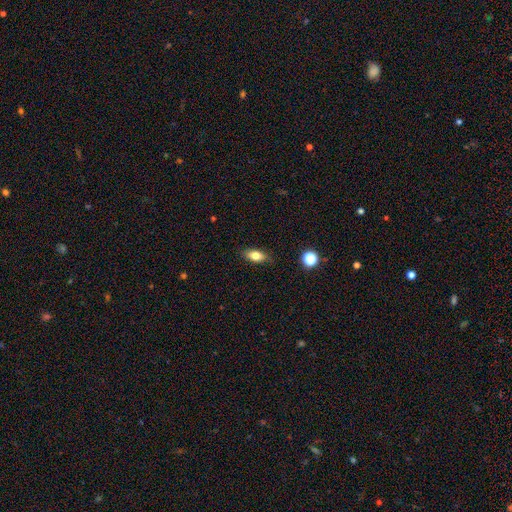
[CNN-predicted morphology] smooth 78%, featured or disk 13%, star or artifact 9%. Down the decision tree: how rounded — in between (83%); merging — none (84%).